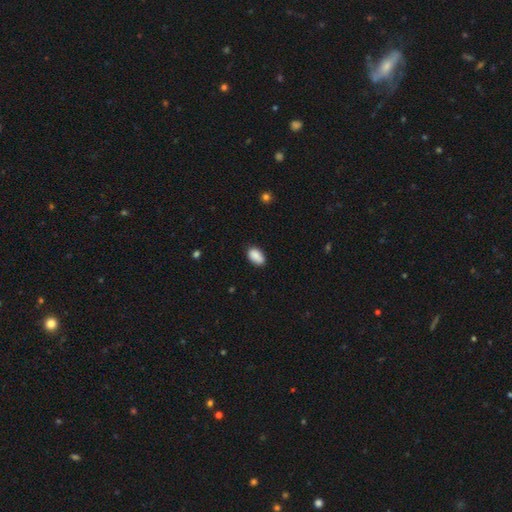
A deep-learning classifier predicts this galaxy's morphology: smooth-or-featured: smooth: 87% | star or artifact: 8% | featured or disk: 5%
  how-rounded: in between: 92% | round: 6% | cigar-shaped: 2%
  merging: none: 77% | minor disturbance: 18% | major disturbance: 3% | merger: 2%